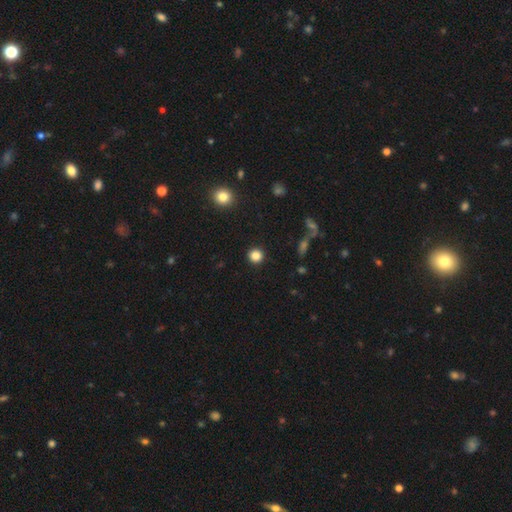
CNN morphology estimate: smooth 85%, star or artifact 11%, featured or disk 4%. Down the decision tree: how rounded — round (93%); merging — none (92%).